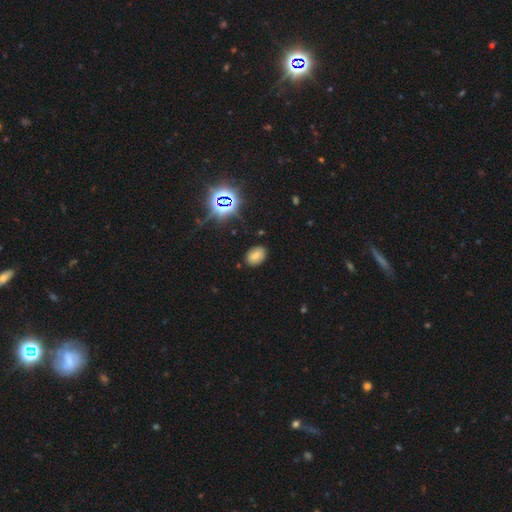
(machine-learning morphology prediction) Overall: smooth (71%). How rounded: in between (81%). Merging: none (86%).